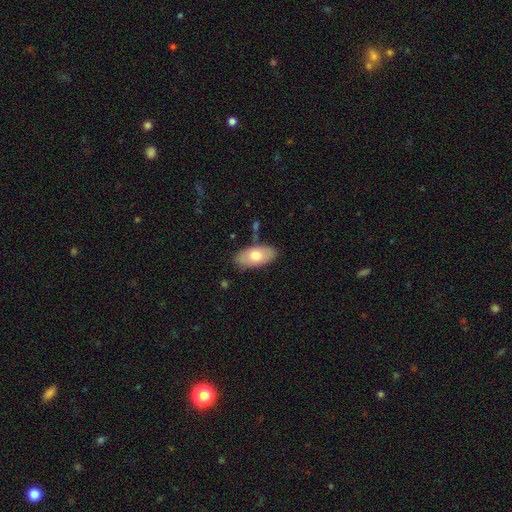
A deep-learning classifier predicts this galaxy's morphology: smooth_or_featured: smooth (p=0.69) [alt: featured or disk p=0.25]
how_rounded: in between (p=0.93) [alt: cigar-shaped p=0.03]
merging: none (p=0.80) [alt: minor disturbance p=0.13]